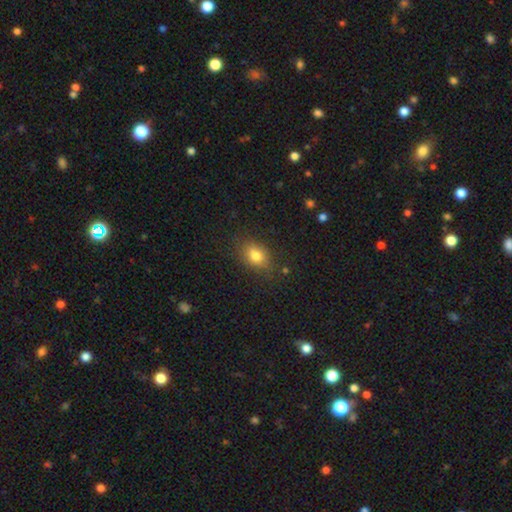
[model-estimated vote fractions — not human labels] This is likely a smooth galaxy (79%). How rounded: likely in between (68%). Merging: likely none (77%).